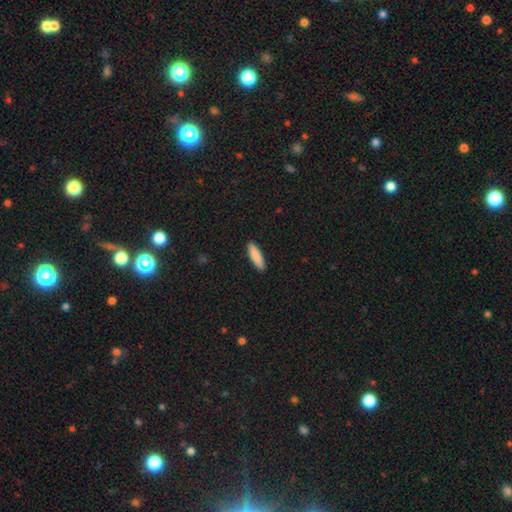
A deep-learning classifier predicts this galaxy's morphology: The model was most divided on "how rounded": cigar-shaped: 63%, in between: 36%, round: 1%. More confident: merging — none (91%); smooth or featured — smooth (88%).